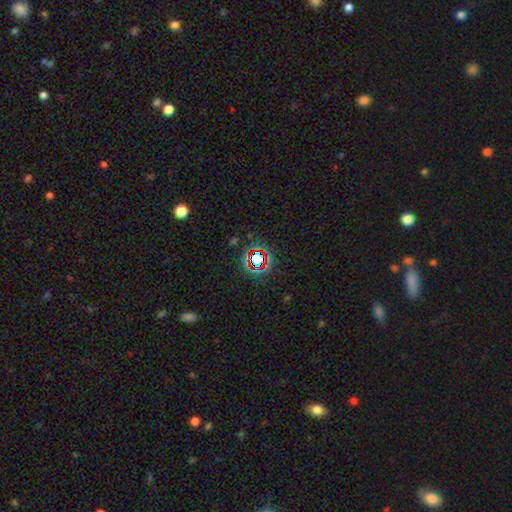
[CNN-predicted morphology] Overall: star or artifact (75%).